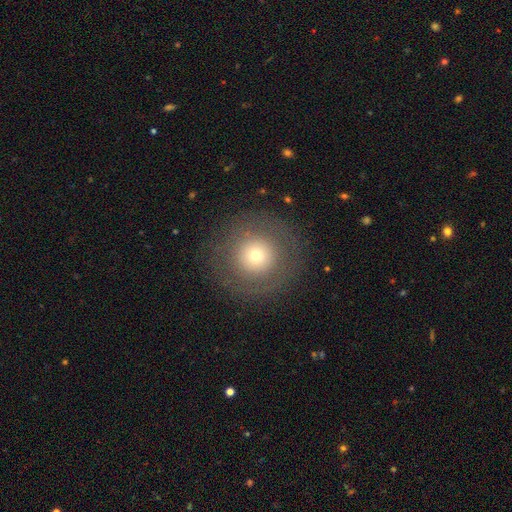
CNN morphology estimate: smooth-or-featured: smooth: 63% | featured or disk: 24% | star or artifact: 13%
  how-rounded: round: 95% | in between: 4% | cigar-shaped: 1%
  merging: none: 85% | minor disturbance: 8% | major disturbance: 6% | merger: 1%